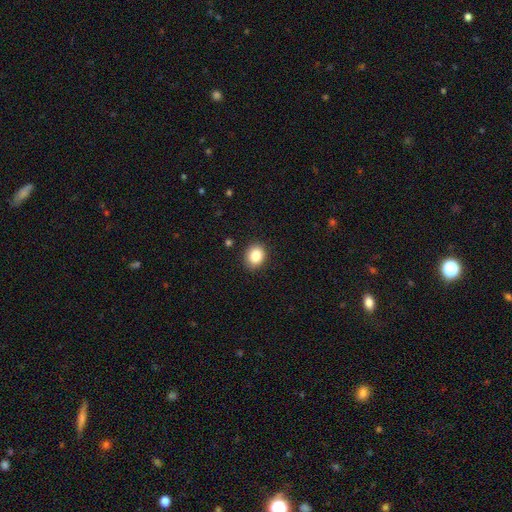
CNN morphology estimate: smooth 85%, star or artifact 9%, featured or disk 6%. Down the decision tree: how rounded — round (59%); merging — none (89%).